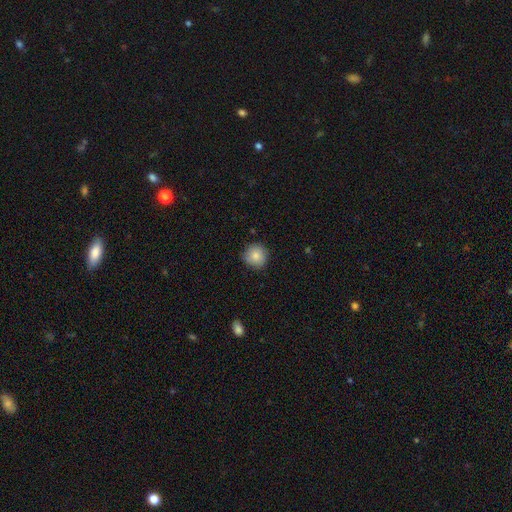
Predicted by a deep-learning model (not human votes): smooth-or-featured: smooth: 85% | star or artifact: 8% | featured or disk: 7%
  how-rounded: round: 93% | in between: 6% | cigar-shaped: 1%
  merging: none: 83% | minor disturbance: 14% | major disturbance: 2% | merger: 1%